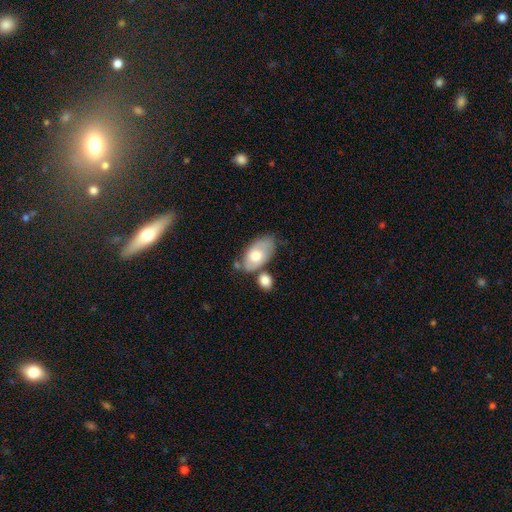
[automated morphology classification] smooth 64%, featured or disk 31%, star or artifact 6%. Down the decision tree: how rounded — in between (92%); merging — none (50%).